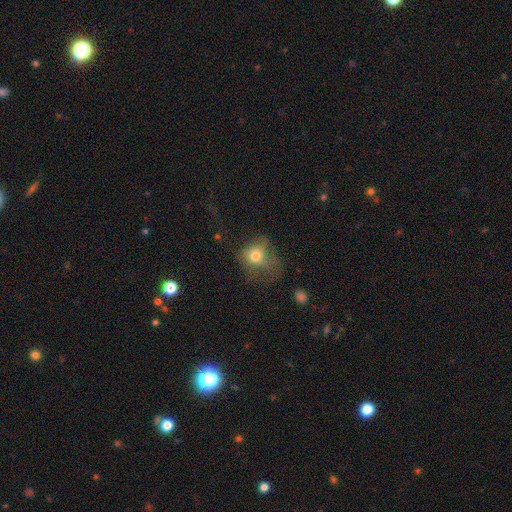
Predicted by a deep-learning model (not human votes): smooth-or-featured: smooth: 67% | featured or disk: 21% | star or artifact: 12%
  how-rounded: round: 58% | in between: 41% | cigar-shaped: 1%
  merging: major disturbance: 48% | none: 28% | minor disturbance: 22% | merger: 3%